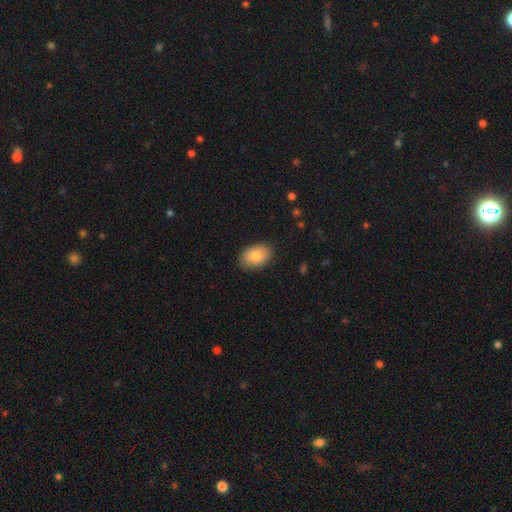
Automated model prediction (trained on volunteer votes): smooth_or_featured: smooth (p=0.81) [alt: featured or disk p=0.12]
how_rounded: in between (p=0.84) [alt: round p=0.15]
merging: none (p=0.86) [alt: minor disturbance p=0.11]